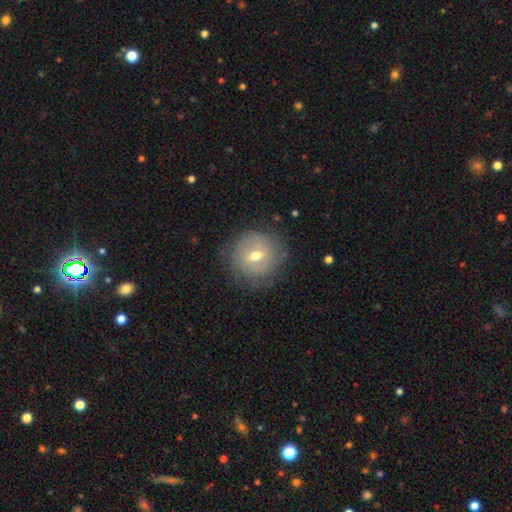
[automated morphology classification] The model was most divided on "smooth or featured": featured or disk: 49%, smooth: 42%, star or artifact: 9%. More confident: merging — none (79%).